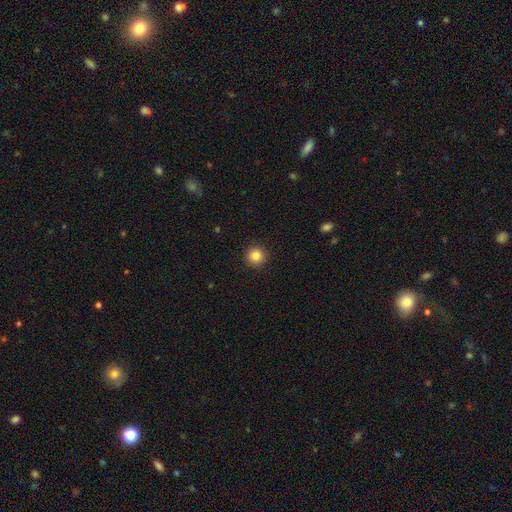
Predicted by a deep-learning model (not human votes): The model was most divided on "smooth or featured": smooth: 84%, star or artifact: 11%, featured or disk: 5%. More confident: how rounded — round (95%); merging — none (93%).